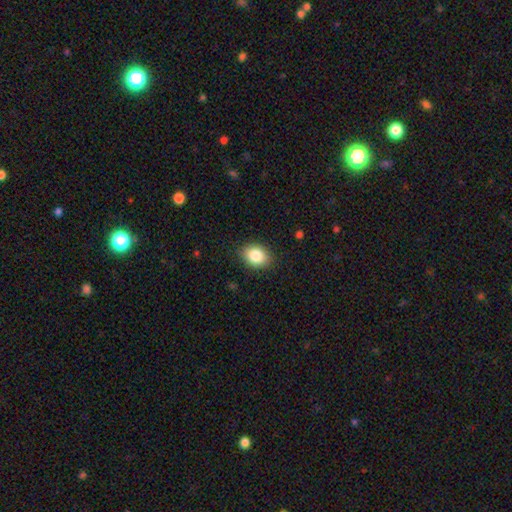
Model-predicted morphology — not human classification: This appears to be a smooth galaxy with no disk features (85%) that is in between round and cigar-shaped (63%). Merging: none (86%).